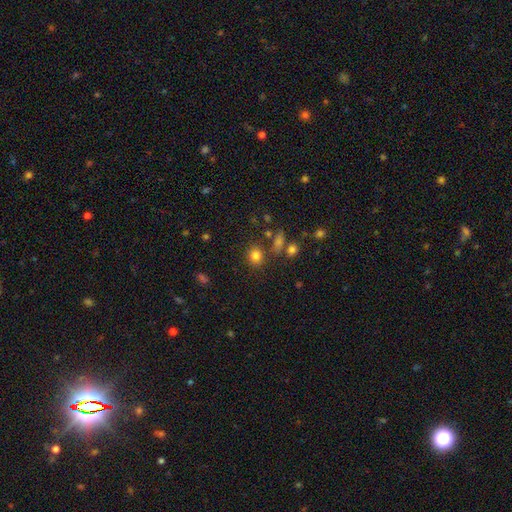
Q: Smooth or featured?
A: smooth (88%); runner-up: star or artifact (8%)
Q: How rounded?
A: round (89%); runner-up: in between (11%)
Q: Merging?
A: none (89%); runner-up: merger (5%)